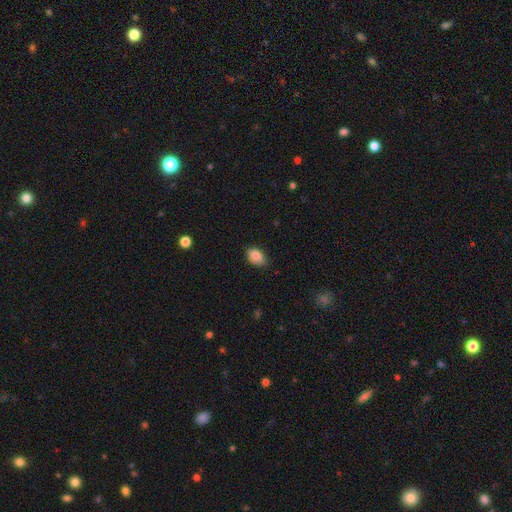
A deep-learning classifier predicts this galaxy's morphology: Q: Smooth or featured?
A: smooth (87%); runner-up: star or artifact (8%)
Q: How rounded?
A: in between (84%); runner-up: round (14%)
Q: Merging?
A: none (77%); runner-up: minor disturbance (20%)